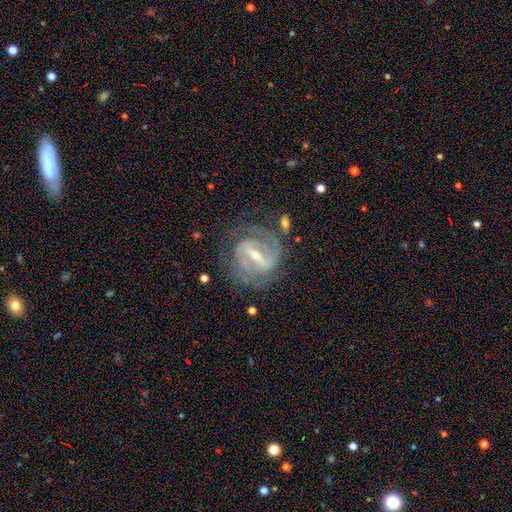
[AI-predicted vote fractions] Overall: featured or disk (88%). Edge-on disk: no (95%). Bar: strong (70%). Spiral arms: yes (93%). Spiral arm count: 2 (52%; can't tell 20%). Spiral winding: tight (53%; medium 36%). Bulge size: small (59%; moderate 37%). Merging: none (67%).